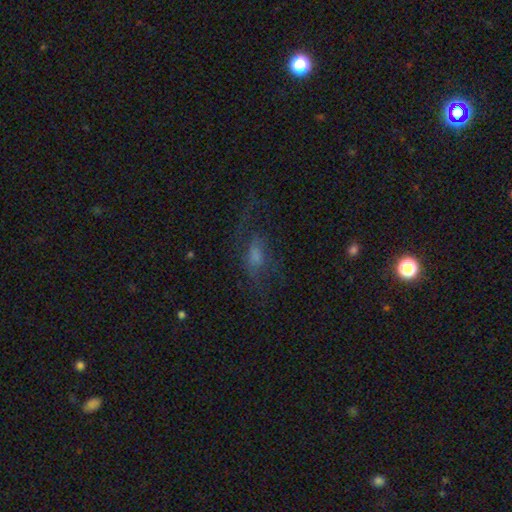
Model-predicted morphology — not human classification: smooth 43%, featured or disk 42%, star or artifact 15%. Down the decision tree: merging — none (42%).